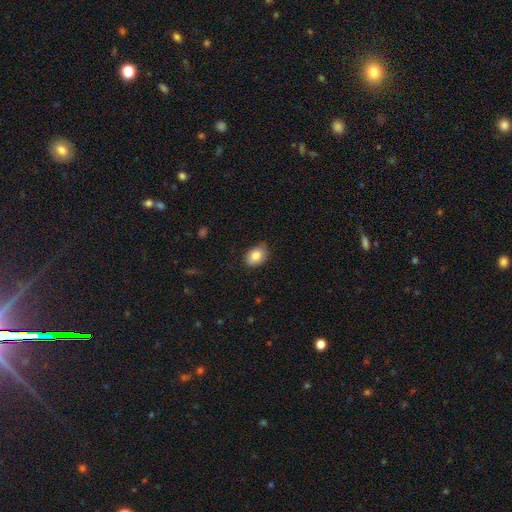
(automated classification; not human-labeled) smooth-or-featured: smooth: 84% | featured or disk: 8% | star or artifact: 8%
  how-rounded: in between: 77% | round: 22% | cigar-shaped: 1%
  merging: none: 76% | minor disturbance: 20% | major disturbance: 3% | merger: 1%